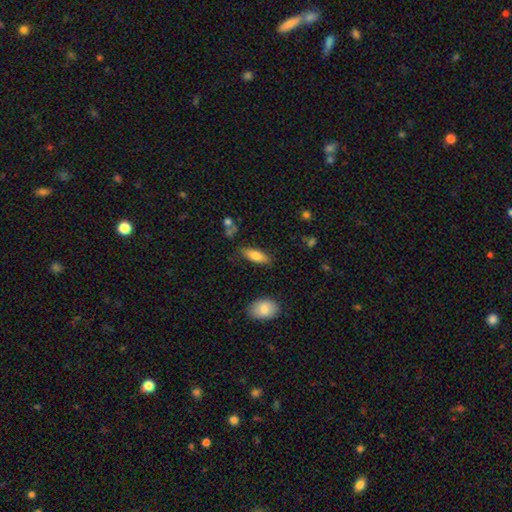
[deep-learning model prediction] smooth-or-featured: smooth: 76% | featured or disk: 18% | star or artifact: 6%
  how-rounded: in between: 67% | cigar-shaped: 31% | round: 2%
  merging: none: 81% | minor disturbance: 13% | merger: 3% | major disturbance: 3%